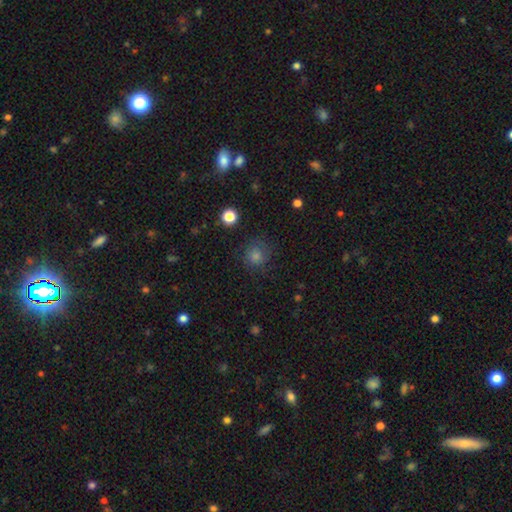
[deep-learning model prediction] This appears to be a smooth galaxy with no disk features (66%) that is round (90%). Merging: none (81%).